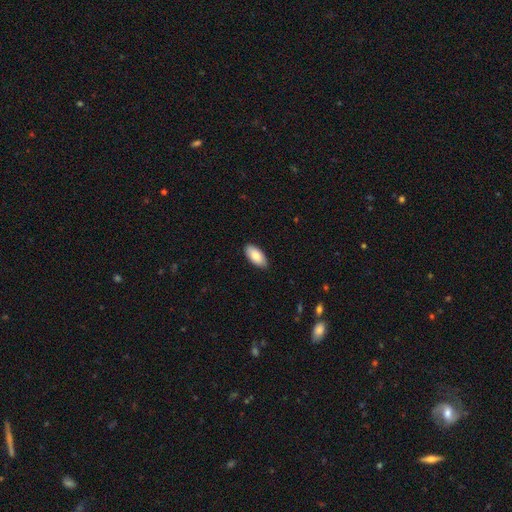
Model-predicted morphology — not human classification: type=smooth (84%); roundness=in between (93%); merging=none (88%).